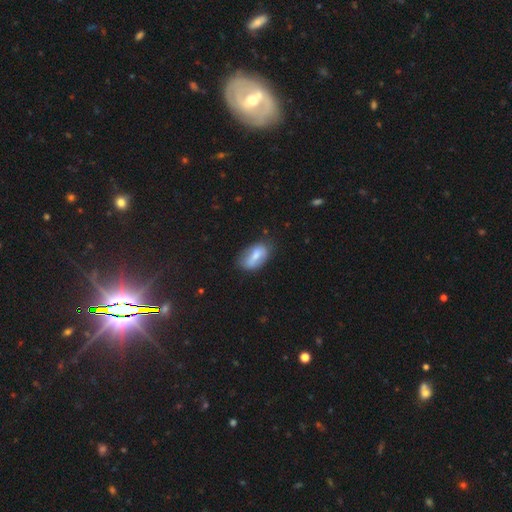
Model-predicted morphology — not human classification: Q: Smooth or featured?
A: smooth (69%); runner-up: featured or disk (23%)
Q: How rounded?
A: in between (88%); runner-up: cigar-shaped (7%)
Q: Merging?
A: none (61%); runner-up: minor disturbance (26%)